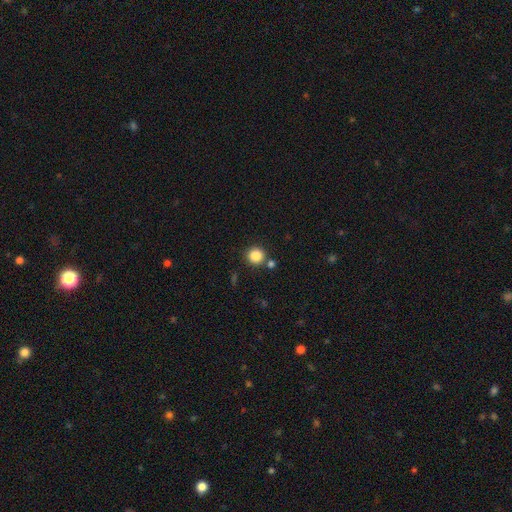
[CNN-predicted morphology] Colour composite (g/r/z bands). It shows a smooth galaxy with no disk features (85%) that is round (93%). Merging: none (81%).